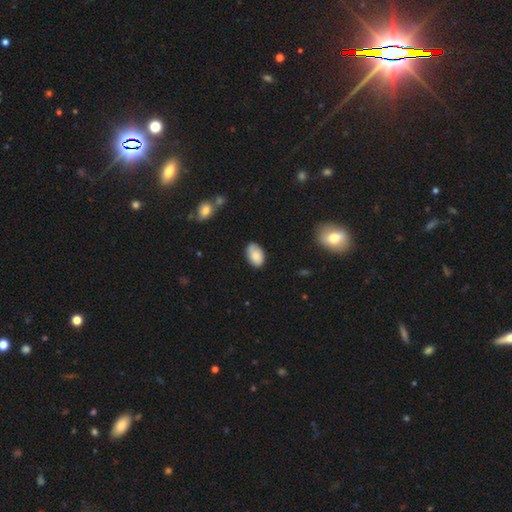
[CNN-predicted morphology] Smooth or featured: smooth — 79% (featured or disk — 14%)
How rounded: in between — 92% (round — 6%)
Merging: none — 73% (minor disturbance — 22%)